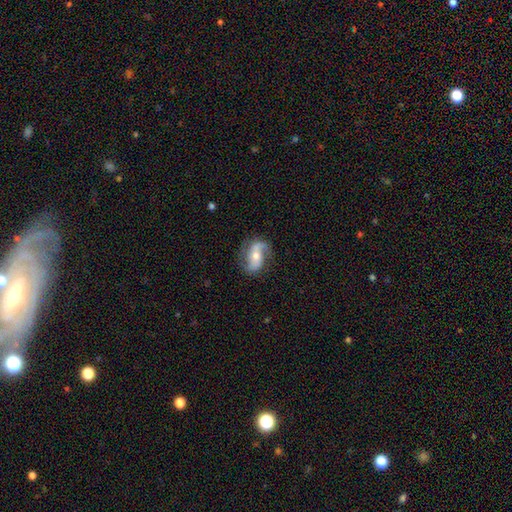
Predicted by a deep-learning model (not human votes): Smooth or featured?
  - featured or disk: 79% *
  - smooth: 14%
  - star or artifact: 6%
Edge-on disk?
  - no: 96% *
  - yes: 4%
Bar?
  - no: 44% *
  - weak: 33%
  - strong: 23%
Spiral arms?
  - yes: 93% *
  - no: 7%
Spiral winding?
  - loose: 45% *
  - medium: 38%
  - tight: 17%
Spiral arm count?
  - 2: 81% *
  - 1: 11%
  - can't tell: 5%
  - 3: 1%
  - 4: 1%
  - more than 4: 1%
Bulge size?
  - moderate: 60% *
  - small: 34%
  - large: 4%
  - none: 1%
  - dominant: 1%
Merging?
  - none: 70% *
  - minor disturbance: 19%
  - major disturbance: 9%
  - merger: 1%